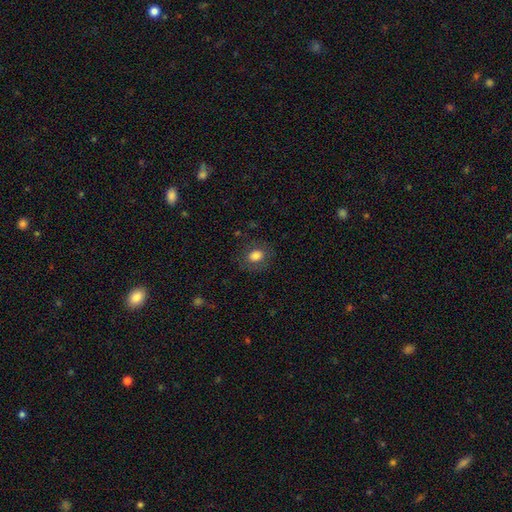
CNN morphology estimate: This appears to be a smooth galaxy with no disk features (79%) that is round (52%). Merging: none (82%).